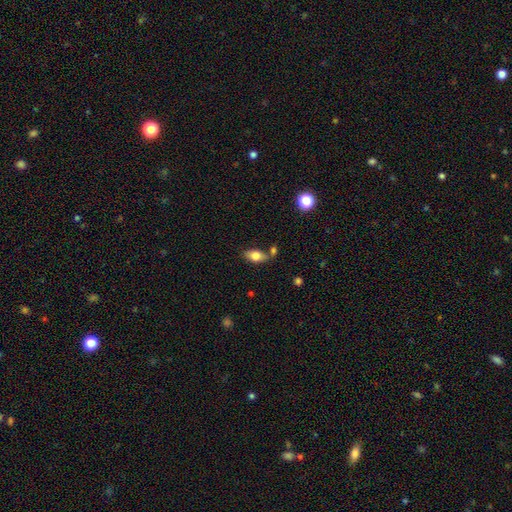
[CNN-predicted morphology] Smooth or featured? smooth (78%)
How rounded? in between (88%)
Merging? none (65%)